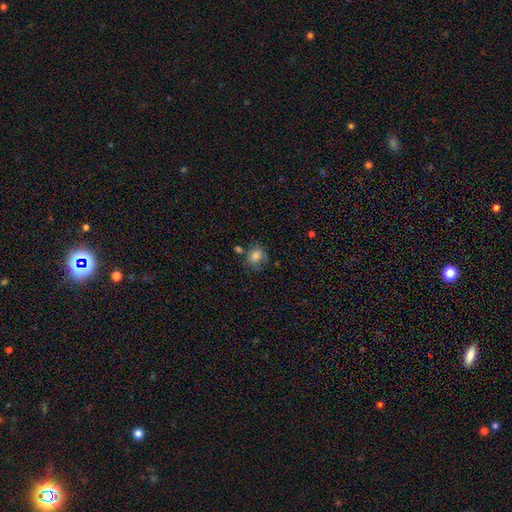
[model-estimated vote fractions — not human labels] smooth_or_featured: smooth (p=0.78) [alt: featured or disk p=0.12]
how_rounded: round (p=0.59) [alt: in between p=0.40]
merging: none (p=0.55) [alt: minor disturbance p=0.24]